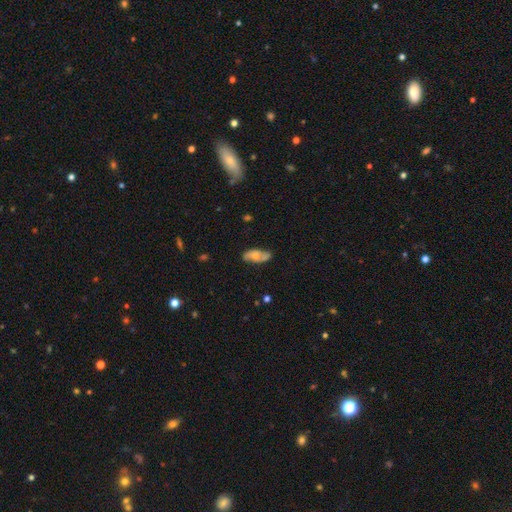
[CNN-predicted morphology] The model was most divided on "smooth or featured": smooth: 47%, featured or disk: 46%, star or artifact: 7%. More confident: merging — none (72%).